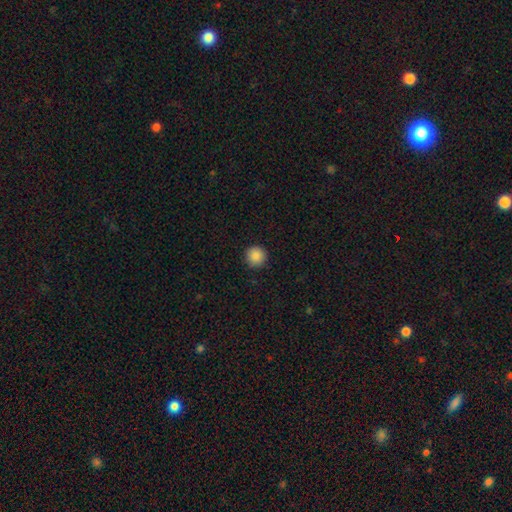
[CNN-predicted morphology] Q: Smooth or featured?
A: smooth (88%); runner-up: star or artifact (9%)
Q: How rounded?
A: round (96%); runner-up: in between (3%)
Q: Merging?
A: none (92%); runner-up: minor disturbance (5%)